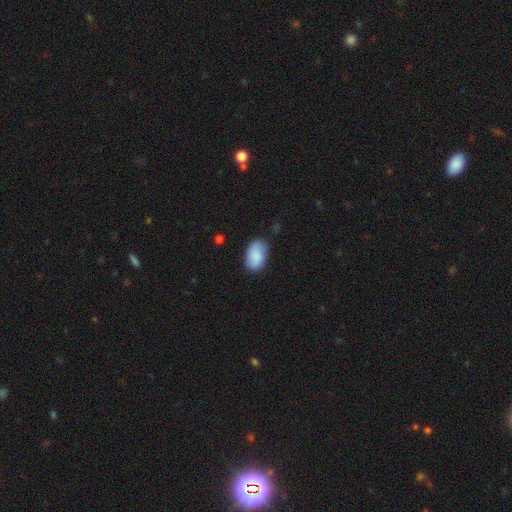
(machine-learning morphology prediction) type=smooth (81%); roundness=in between (91%); merging=none (77%).